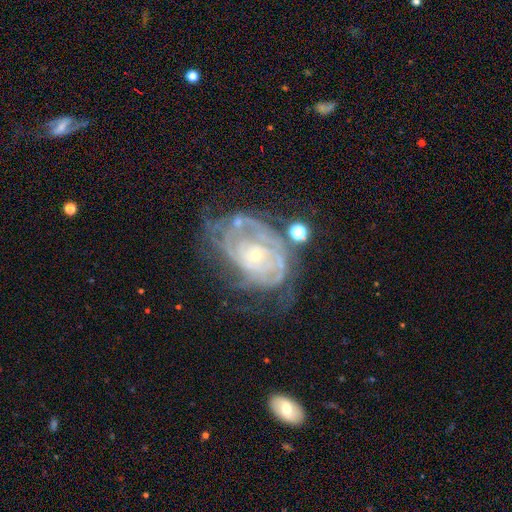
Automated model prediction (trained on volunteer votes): A featured or disk galaxy (85%) with no bar (79%), tight (71%) spiral arms (90%) and a small central bulge (79%). Merging: none (46%).